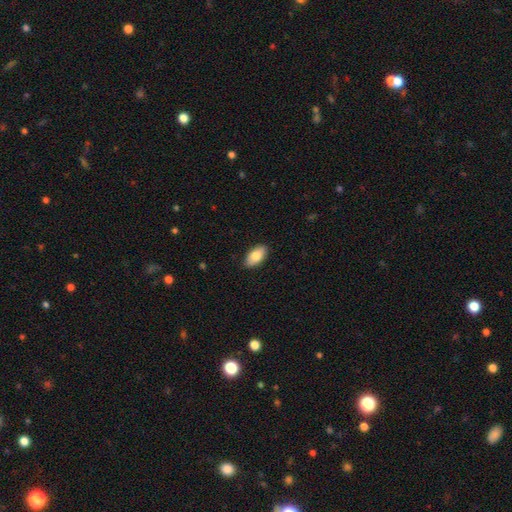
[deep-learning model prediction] This is clearly a smooth galaxy (81%). How rounded: clearly in between (94%). Merging: clearly none (89%).